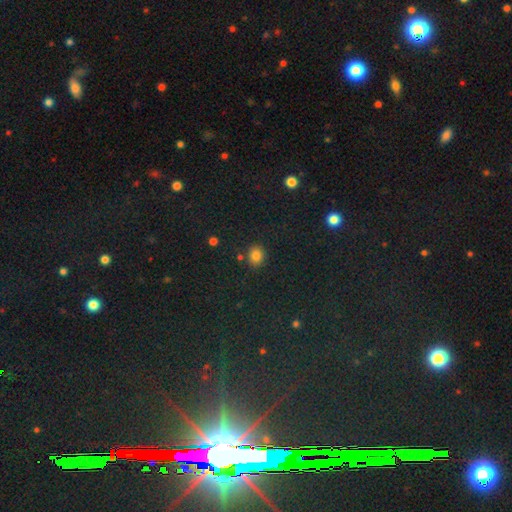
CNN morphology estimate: Smooth or featured? Predicted: smooth (p=0.80). How rounded? Predicted: round (p=0.72). Merging? Predicted: none (p=0.82).